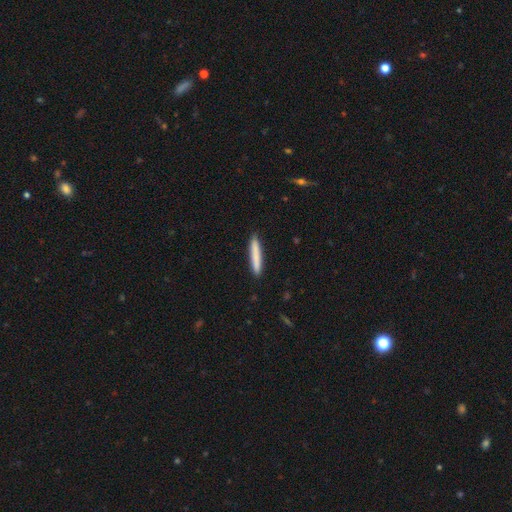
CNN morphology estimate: This is clearly a smooth galaxy (81%). How rounded: clearly cigar-shaped (95%). Merging: clearly none (91%).